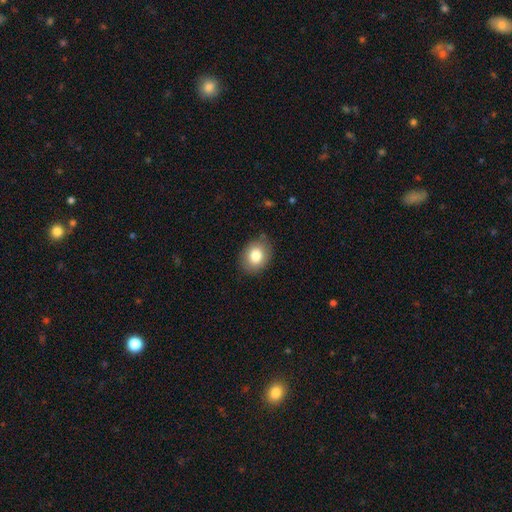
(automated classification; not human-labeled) This is clearly a smooth galaxy (82%). How rounded: possibly in between (56%). Merging: clearly none (81%).